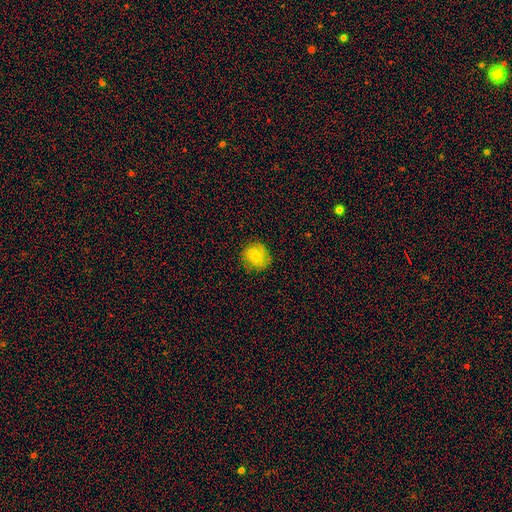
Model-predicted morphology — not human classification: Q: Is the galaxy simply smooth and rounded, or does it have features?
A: smooth — 80%.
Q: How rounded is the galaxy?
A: round — 80%.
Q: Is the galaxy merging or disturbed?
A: none — 79%.